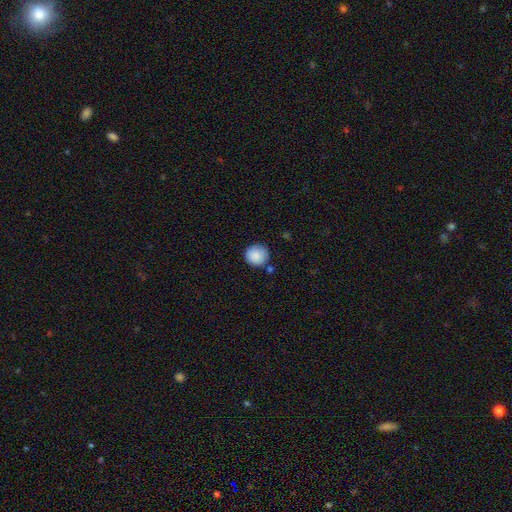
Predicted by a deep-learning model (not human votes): Q: Smooth or featured?
A: smooth (88%); runner-up: star or artifact (8%)
Q: How rounded?
A: round (93%); runner-up: in between (6%)
Q: Merging?
A: none (80%); runner-up: minor disturbance (12%)